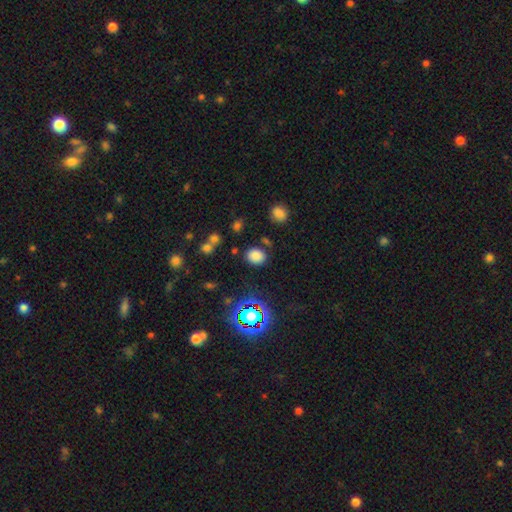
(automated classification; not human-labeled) Morphology: type=smooth (78%); roundness=round (53%); merging=none (82%).